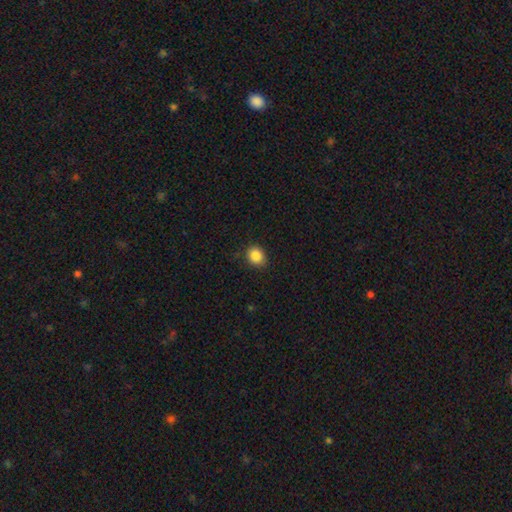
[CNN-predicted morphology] Overall: smooth (86%). How rounded: round (62%; in between 37%). Merging: none (86%).